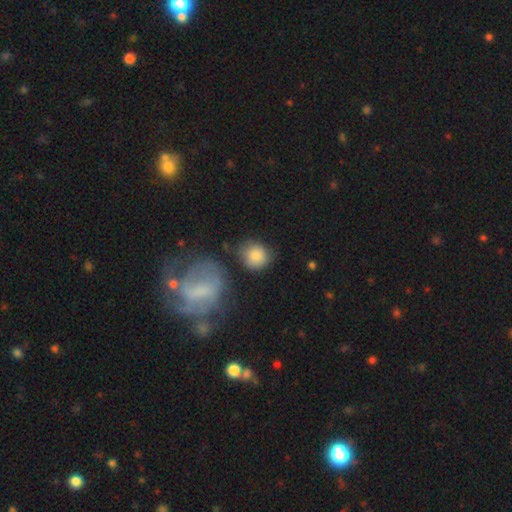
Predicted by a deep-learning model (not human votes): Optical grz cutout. It shows a smooth galaxy with no disk features (83%) that is round (83%). Merging: none (63%).